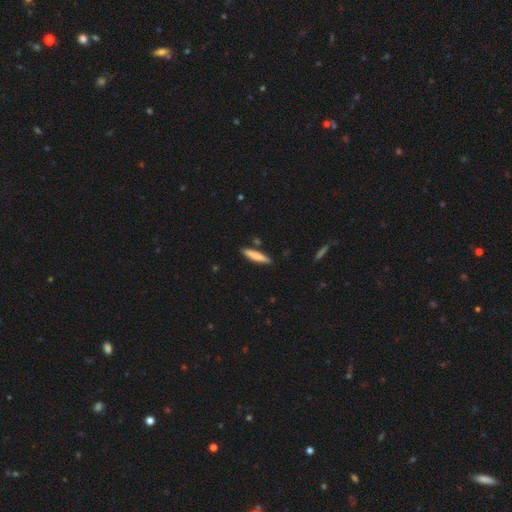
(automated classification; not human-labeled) Overall: smooth (77%). How rounded: cigar-shaped (89%). Merging: none (87%).